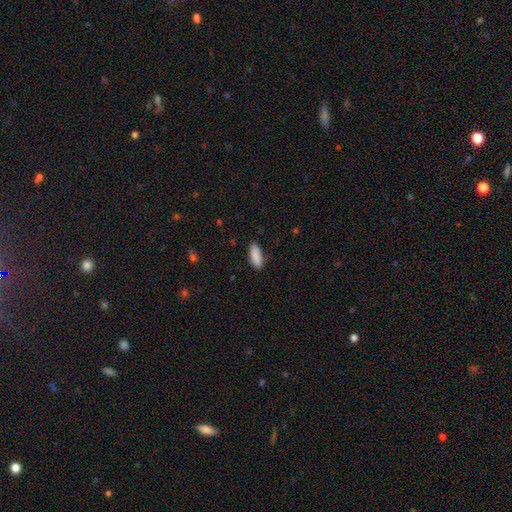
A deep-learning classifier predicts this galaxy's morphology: smooth 90%, star or artifact 6%, featured or disk 4%. Down the decision tree: how rounded — in between (75%); merging — none (86%).